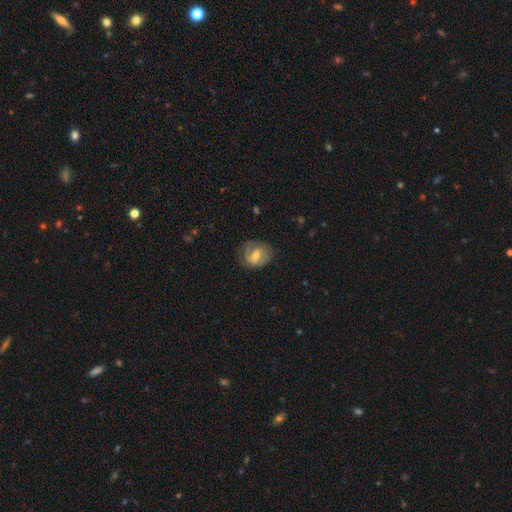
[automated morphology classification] This appears to be a featured or disk galaxy (54%) with a weak bar (49%), spiral arms (76%) and a moderate central bulge (66%). Merging: none (67%).